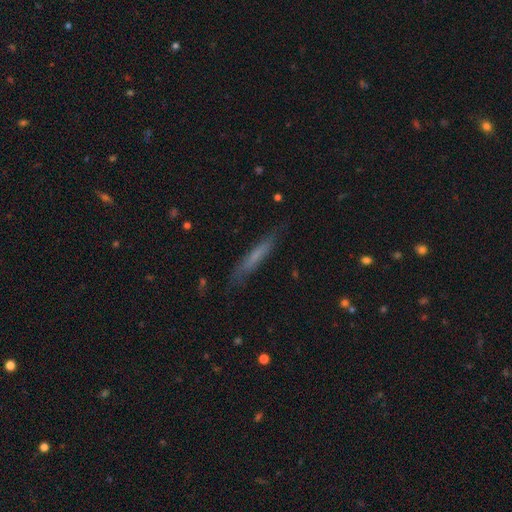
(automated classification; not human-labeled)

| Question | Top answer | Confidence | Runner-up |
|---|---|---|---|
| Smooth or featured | smooth | 56% | featured or disk (36%) |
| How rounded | cigar-shaped | 93% | in between (5%) |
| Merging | none | 81% | minor disturbance (14%) |